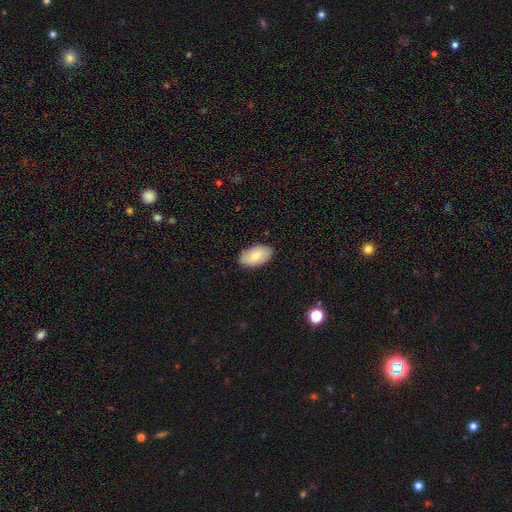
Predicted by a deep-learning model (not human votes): The model was most divided on "smooth or featured": smooth: 75%, featured or disk: 18%, star or artifact: 6%. More confident: how rounded — in between (94%); merging — none (86%).